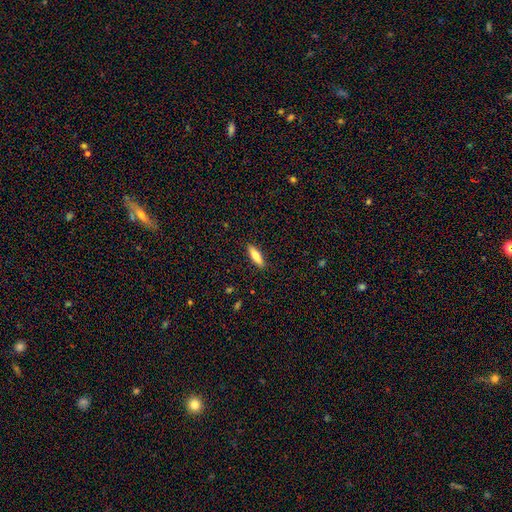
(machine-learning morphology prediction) Smooth or featured: smooth — 71% (featured or disk — 23%)
How rounded: cigar-shaped — 58% (in between — 40%)
Merging: none — 90% (minor disturbance — 7%)